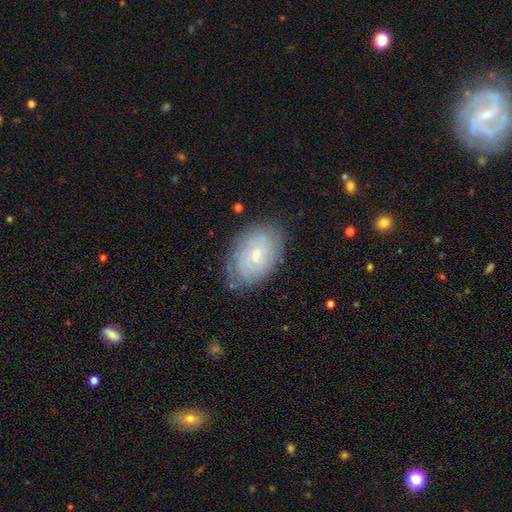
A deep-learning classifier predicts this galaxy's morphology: smooth-or-featured: featured or disk: 56% | smooth: 36% | star or artifact: 8%
  disk-edge-on: no: 95% | yes: 5%
    bar: no: 70% | weak: 27% | strong: 4%
    has-spiral-arms: yes: 82% | no: 18%
    bulge-size: small: 68% | moderate: 28% | none: 2% | large: 2% | dominant: 1%
  merging: none: 77% | minor disturbance: 17% | major disturbance: 4% | merger: 1%